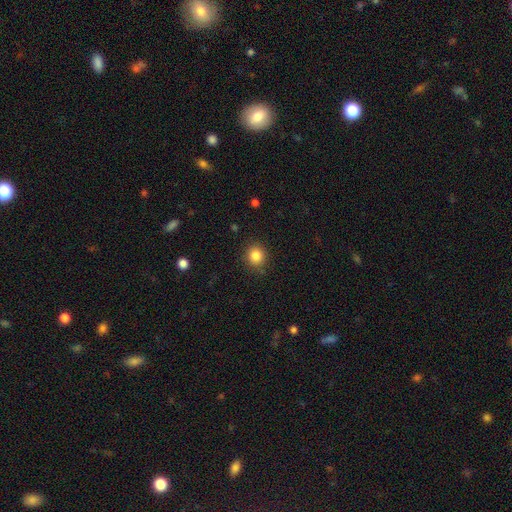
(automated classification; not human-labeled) smooth_or_featured: smooth (p=0.84) [alt: star or artifact p=0.11]
how_rounded: round (p=0.87) [alt: in between p=0.12]
merging: none (p=0.87) [alt: minor disturbance p=0.09]